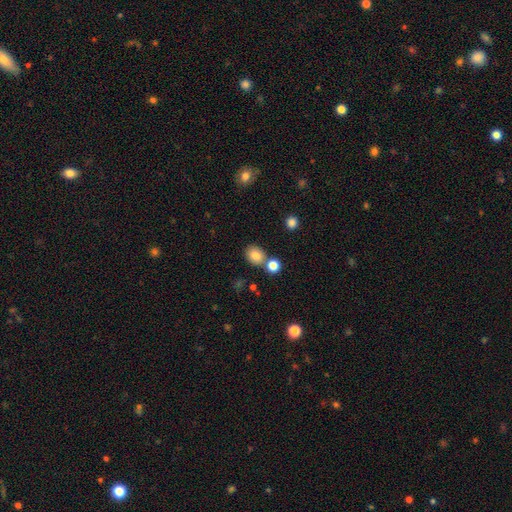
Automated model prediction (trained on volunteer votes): smooth_or_featured: smooth (p=0.82) [alt: star or artifact p=0.11]
how_rounded: round (p=0.55) [alt: in between p=0.44]
merging: none (p=0.67) [alt: merger p=0.20]